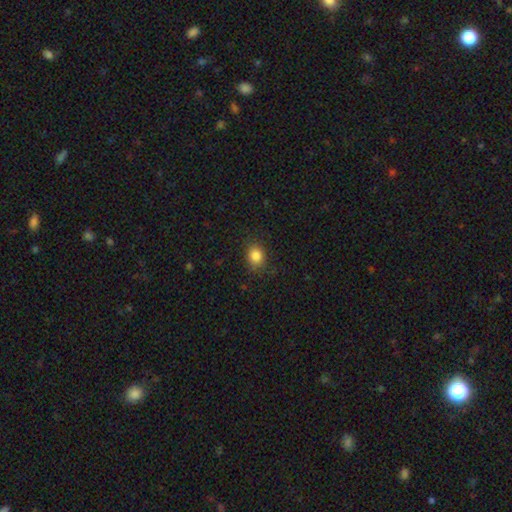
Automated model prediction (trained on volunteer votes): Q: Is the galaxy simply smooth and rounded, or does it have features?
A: smooth — 84%.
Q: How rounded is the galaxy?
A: round — 58%.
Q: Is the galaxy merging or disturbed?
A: none — 83%.